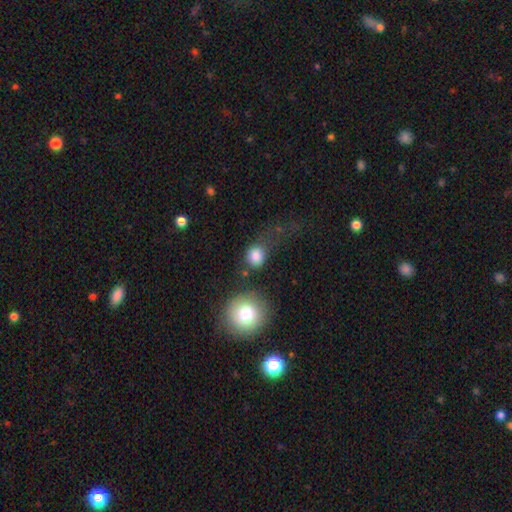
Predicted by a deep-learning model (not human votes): smooth 83%, star or artifact 10%, featured or disk 7%. Down the decision tree: how rounded — round (78%); merging — none (53%).